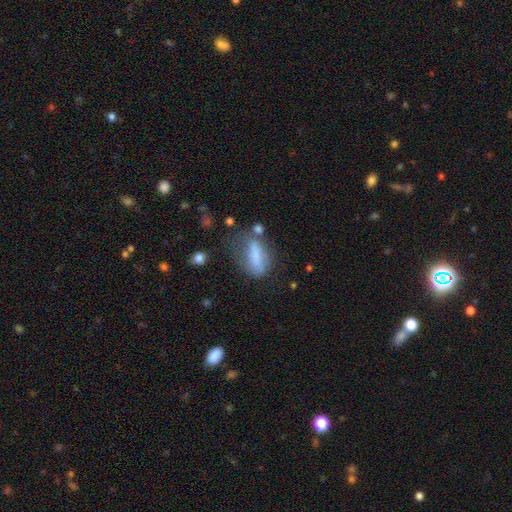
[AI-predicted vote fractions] This appears to be a smooth galaxy with no disk features (67%) that is in between round and cigar-shaped (73%). Merging: none (35%).